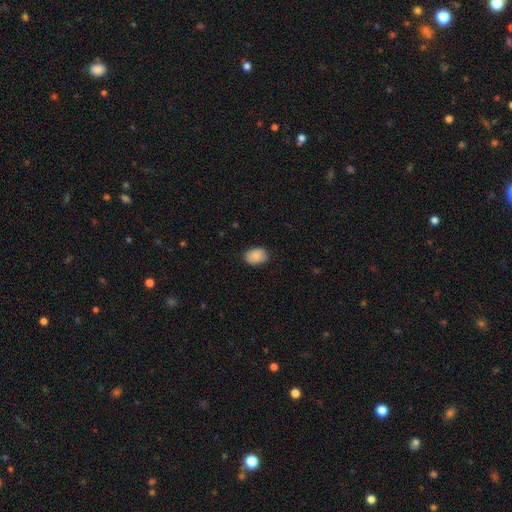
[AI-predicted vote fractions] smooth-or-featured: smooth: 86% | featured or disk: 7% | star or artifact: 7%
  how-rounded: in between: 79% | round: 20% | cigar-shaped: 1%
  merging: none: 85% | minor disturbance: 12% | major disturbance: 2% | merger: 1%